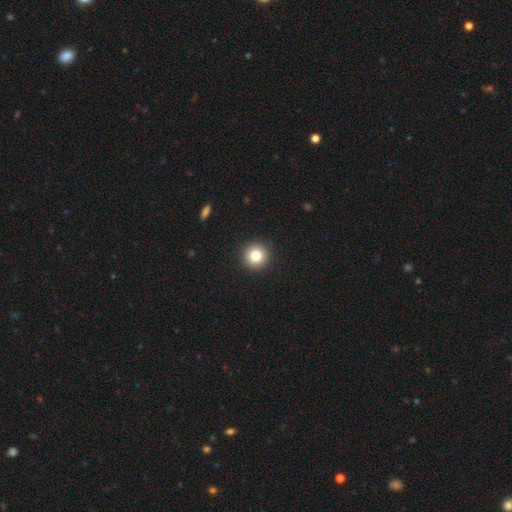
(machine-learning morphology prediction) Q: Smooth or featured?
A: smooth (81%); runner-up: star or artifact (11%)
Q: How rounded?
A: round (96%); runner-up: in between (3%)
Q: Merging?
A: none (93%); runner-up: minor disturbance (5%)